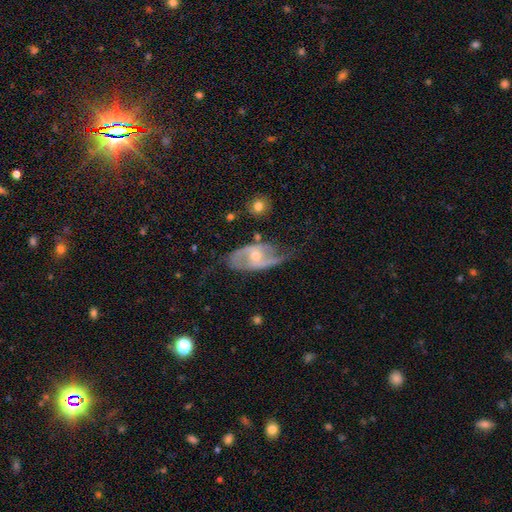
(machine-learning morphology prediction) Smooth or featured? Predicted: featured or disk (p=0.80). Edge-on disk? Predicted: no (p=0.93). Bar? Predicted: no (p=0.56). Spiral arms? Predicted: yes (p=0.87). Spiral winding? Predicted: medium (p=0.41). Spiral arm count? Predicted: 2 (p=0.77). Bulge size? Predicted: moderate (p=0.54). Merging? Predicted: none (p=0.50).